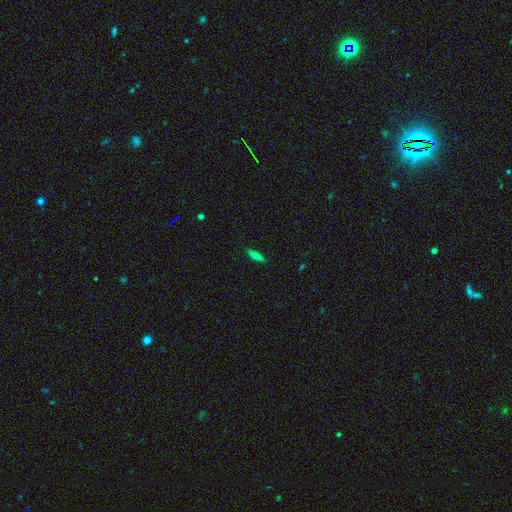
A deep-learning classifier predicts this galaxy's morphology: This appears to be a smooth galaxy with no disk features (55%) that is cigar-shaped (70%). Merging: none (89%).